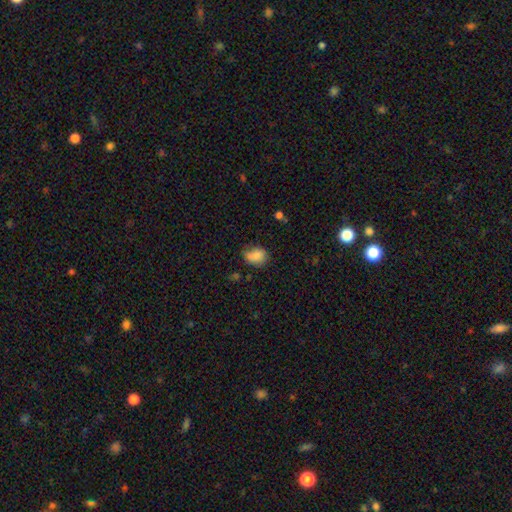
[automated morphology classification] Overall: smooth (82%). How rounded: in between (61%; round 38%). Merging: none (54%; minor disturbance 32%).